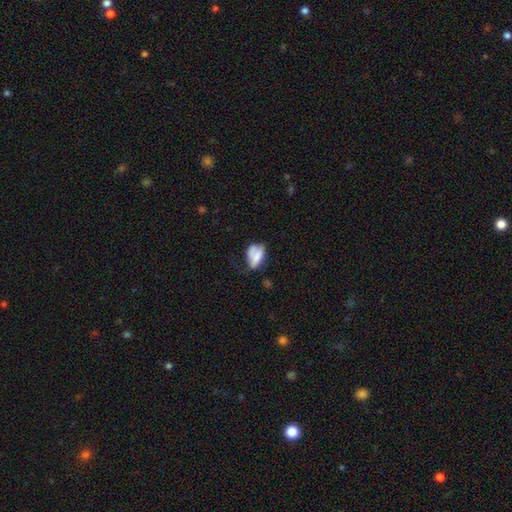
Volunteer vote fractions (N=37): smooth_or_featured: smooth (p=0.73) [alt: featured or disk p=0.22]
how_rounded: in between (p=0.85) [alt: round p=0.07]
merging: merger (p=0.31) [alt: none p=0.29]